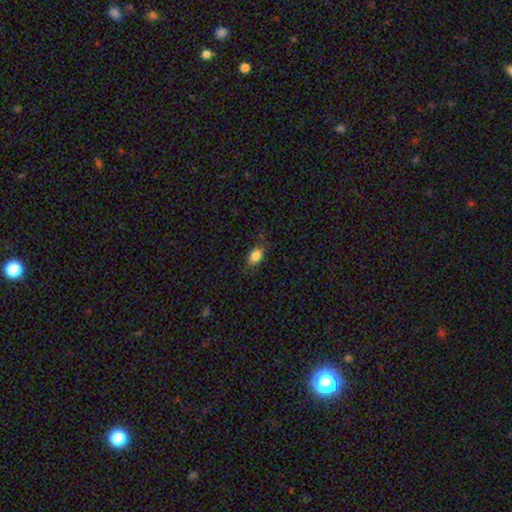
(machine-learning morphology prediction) The model was most divided on "merging": none: 80%, minor disturbance: 15%, major disturbance: 3%, merger: 1%. More confident: smooth or featured — smooth (85%); how rounded — in between (82%).